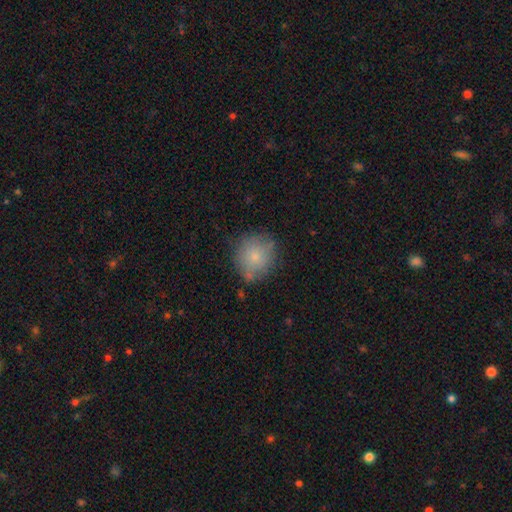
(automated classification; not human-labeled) Overall: smooth (77%). How rounded: round (84%). Merging: none (70%).